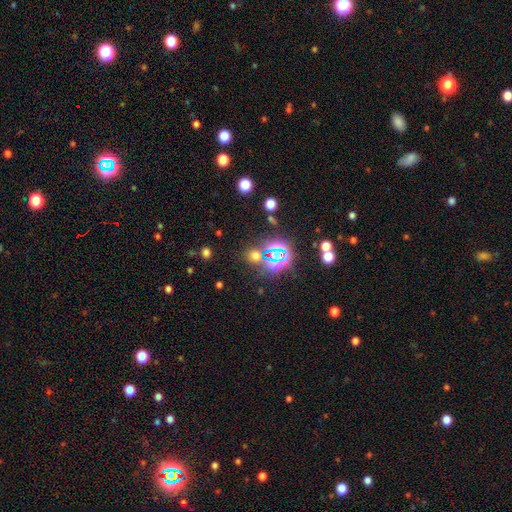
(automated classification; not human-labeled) Smooth or featured? Predicted: star or artifact (p=0.50).